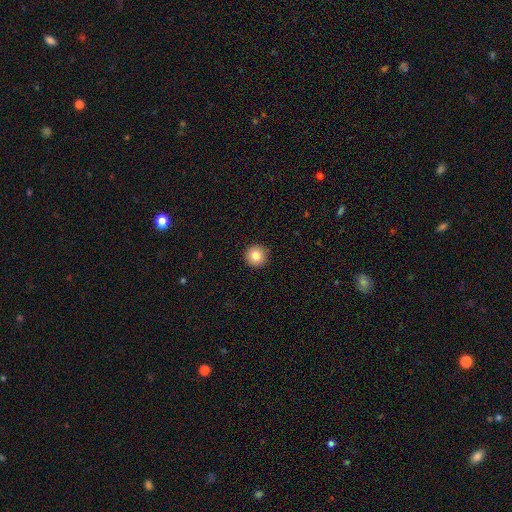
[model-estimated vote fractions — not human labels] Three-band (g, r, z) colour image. It shows a smooth galaxy with no disk features (82%) that is round (96%). Merging: none (93%).